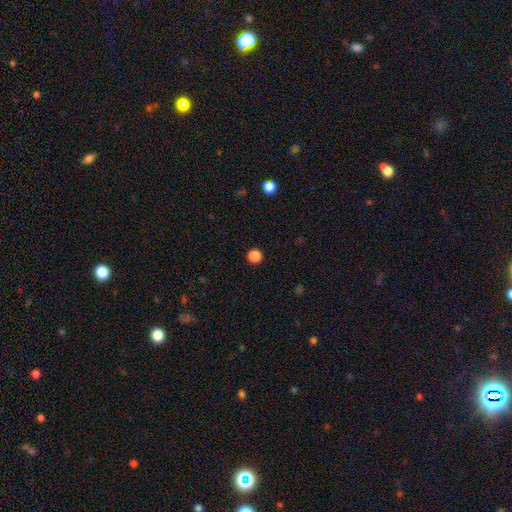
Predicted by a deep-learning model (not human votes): The model was most divided on "smooth or featured": smooth: 85%, star or artifact: 12%, featured or disk: 2%. More confident: how rounded — round (94%); merging — none (93%).